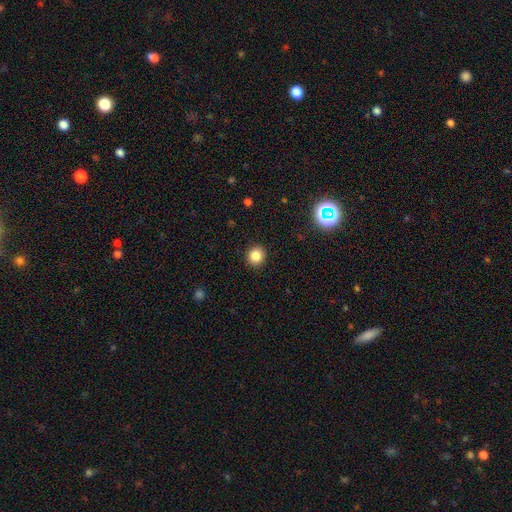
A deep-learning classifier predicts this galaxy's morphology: type=smooth (84%); roundness=round (86%); merging=none (91%).